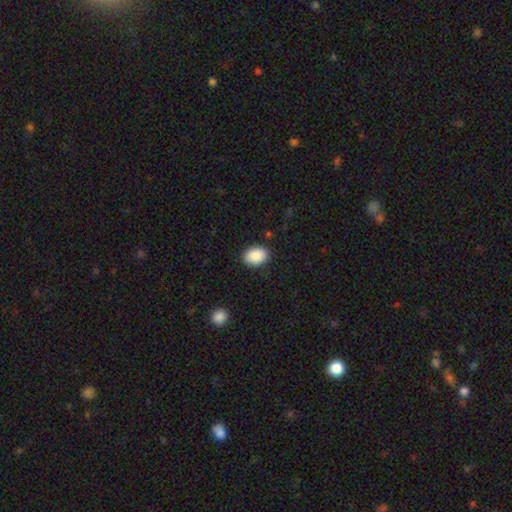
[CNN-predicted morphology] Smooth or featured?
  - smooth: 89% *
  - star or artifact: 7%
  - featured or disk: 4%
How rounded?
  - in between: 76% *
  - round: 23%
  - cigar-shaped: 1%
Merging?
  - none: 89% *
  - minor disturbance: 8%
  - major disturbance: 2%
  - merger: 1%